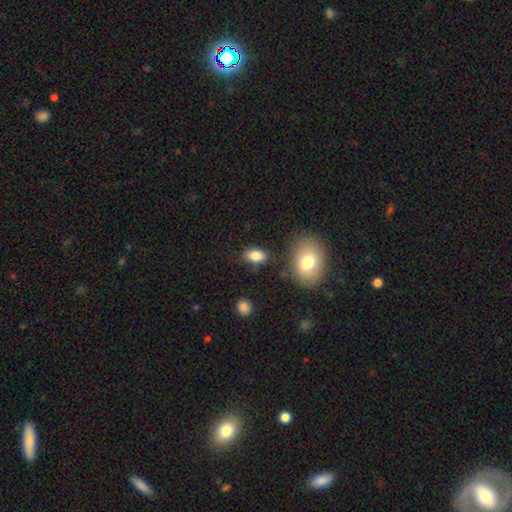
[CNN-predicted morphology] Q: Smooth or featured?
A: smooth (85%); runner-up: star or artifact (8%)
Q: How rounded?
A: in between (89%); runner-up: round (9%)
Q: Merging?
A: none (79%); runner-up: minor disturbance (13%)